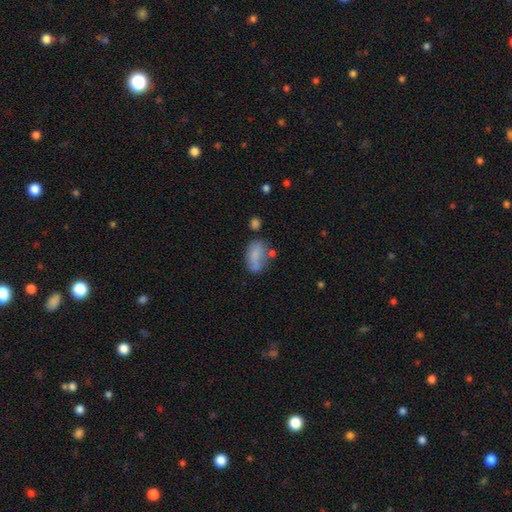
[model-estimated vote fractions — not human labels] Q: Smooth or featured?
A: smooth (72%); runner-up: featured or disk (19%)
Q: How rounded?
A: in between (88%); runner-up: round (8%)
Q: Merging?
A: none (43%); runner-up: minor disturbance (27%)